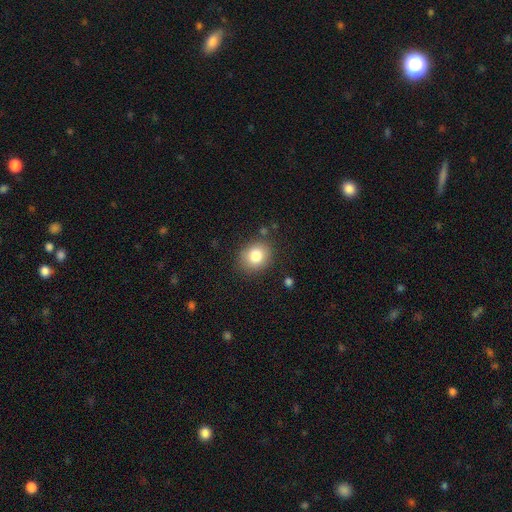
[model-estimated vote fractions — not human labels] smooth-or-featured: smooth: 82% | star or artifact: 10% | featured or disk: 8%
  how-rounded: round: 61% | in between: 39% | cigar-shaped: 1%
  merging: none: 84% | minor disturbance: 11% | major disturbance: 3% | merger: 2%